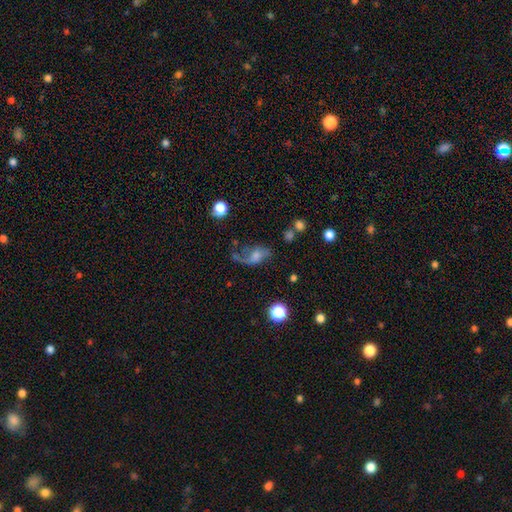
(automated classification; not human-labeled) A featured or disk galaxy (58%) with no bar (57%), spiral arms (86%) and a moderate central bulge (36%).

Vote fractions:
- Smooth or featured? featured or disk: 58% / smooth: 30% / star or artifact: 13%
- Edge-on disk? no: 94% / yes: 6%
- Bar? no: 57% / weak: 34% / strong: 8%
- Spiral arms? yes: 86% / no: 14%
- Bulge size? moderate: 36% / small: 28% / none: 17% / large: 15% / dominant: 3%
- Merging? none: 44% / major disturbance: 27% / minor disturbance: 23% / merger: 6%